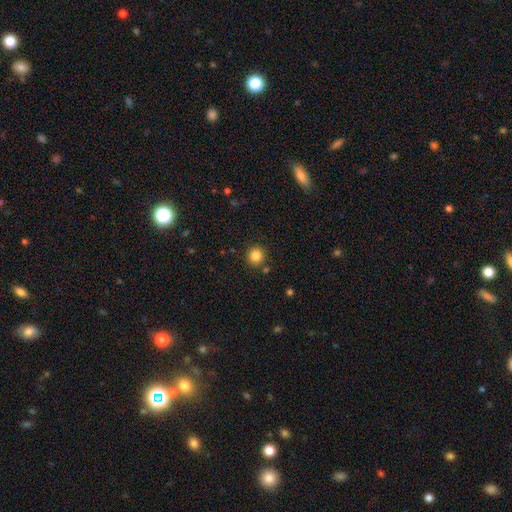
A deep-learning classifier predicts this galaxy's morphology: The model was most divided on "smooth or featured": smooth: 84%, star or artifact: 11%, featured or disk: 5%. More confident: how rounded — round (92%); merging — none (86%).